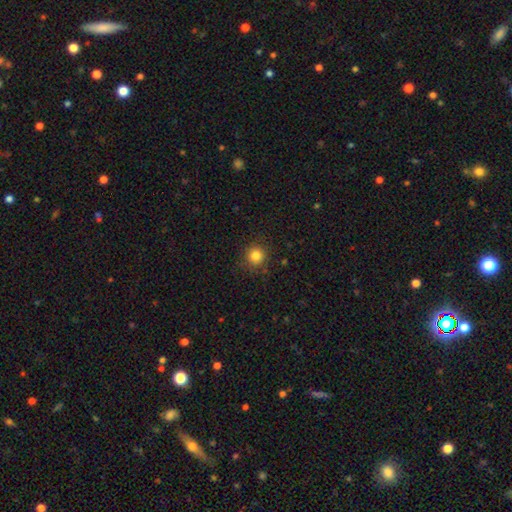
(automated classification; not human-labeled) Overall: smooth (83%). How rounded: round (94%). Merging: none (90%).